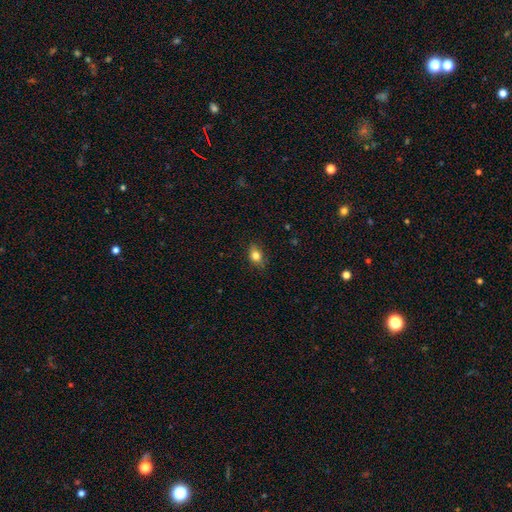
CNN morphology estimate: This is clearly a smooth galaxy (80%). How rounded: likely in between (71%). Merging: likely none (79%).